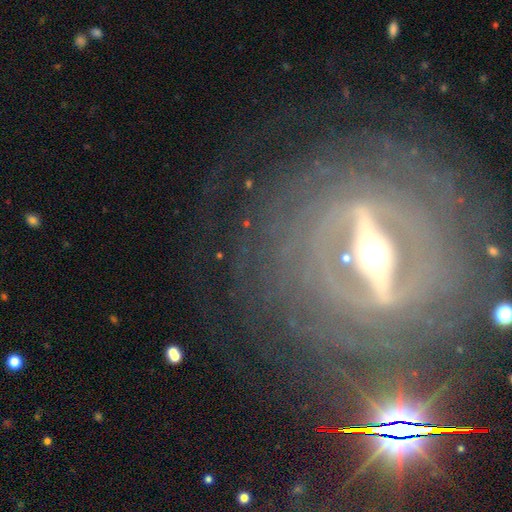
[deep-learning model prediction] Overall: featured or disk (87%). Edge-on disk: no (55%; yes 45%). Merging: none (78%).